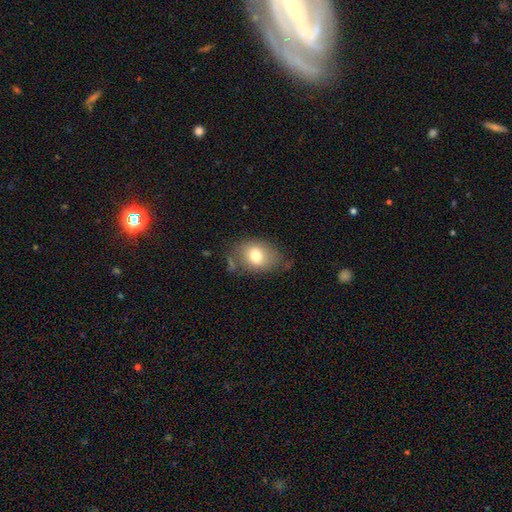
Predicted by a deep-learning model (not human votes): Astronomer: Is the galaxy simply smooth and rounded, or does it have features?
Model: smooth — 76%.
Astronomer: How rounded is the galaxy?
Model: in between — 67%.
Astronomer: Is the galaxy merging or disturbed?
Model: none — 65%.